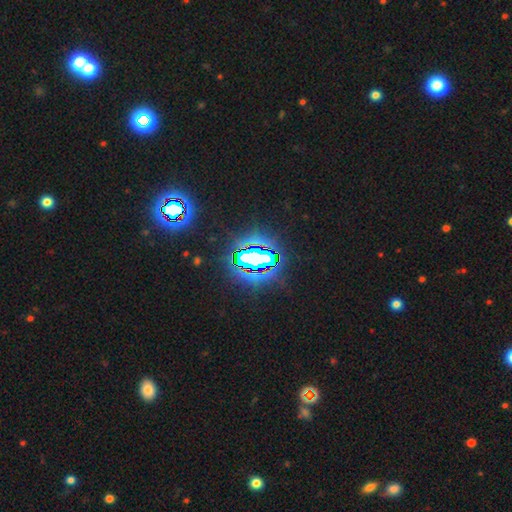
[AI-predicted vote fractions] A star or artifact, not a galaxy (73%).

Vote fractions:
- Smooth or featured? star or artifact: 73% / smooth: 14% / featured or disk: 12%